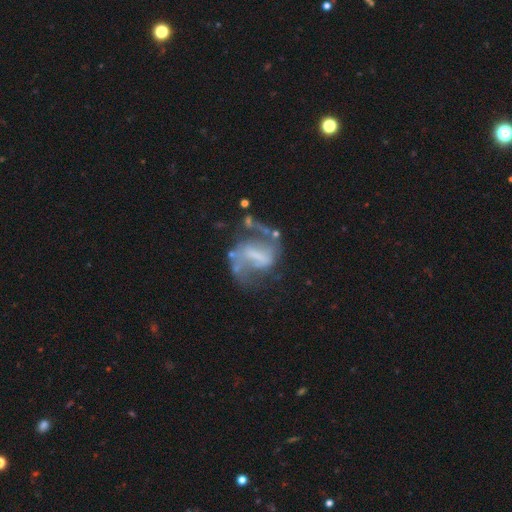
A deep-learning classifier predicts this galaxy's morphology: smooth-or-featured: featured or disk: 83% | smooth: 9% | star or artifact: 8%
  disk-edge-on: no: 97% | yes: 3%
    bar: strong: 49% | weak: 37% | no: 14%
    has-spiral-arms: yes: 88% | no: 12%
      spiral-winding: medium: 44% | loose: 43% | tight: 12%
      spiral-arm-count: 2: 87% | can't tell: 6% | 1: 4% | 3: 2% | 4: 1% | more than 4: 1%
    bulge-size: none: 51% | small: 25% | moderate: 17% | large: 6% | dominant: 2%
  merging: none: 54% | major disturbance: 21% | minor disturbance: 19% | merger: 7%